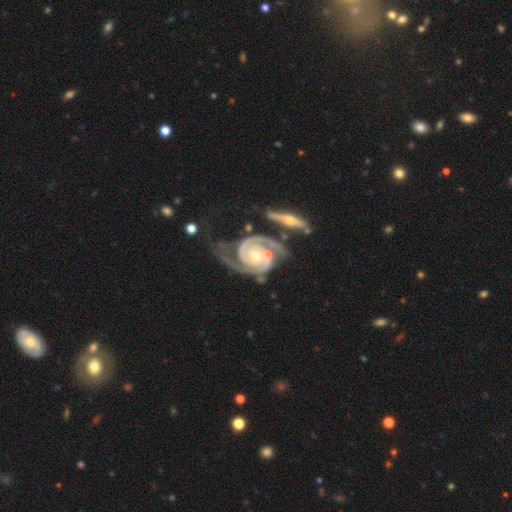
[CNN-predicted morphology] Overall: featured or disk (93%). Edge-on disk: no (97%). Bar: no (71%). Spiral arms: yes (98%). Spiral arm count: 2 (77%). Spiral winding: tight (70%). Bulge size: small (51%; moderate 45%). Merging: none (39%; merger 23%).